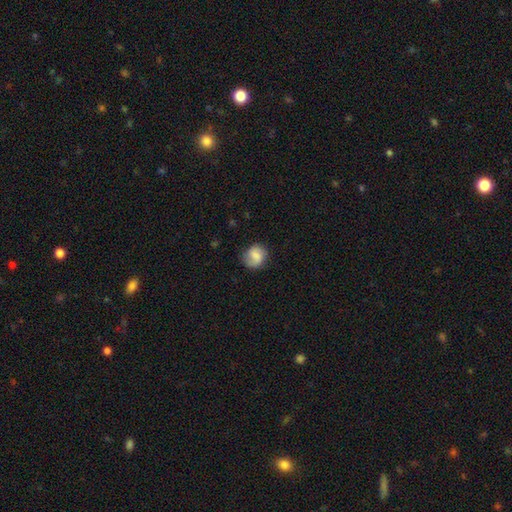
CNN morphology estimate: Q: Smooth or featured?
A: smooth (65%); runner-up: featured or disk (28%)
Q: How rounded?
A: round (75%); runner-up: in between (23%)
Q: Merging?
A: none (74%); runner-up: minor disturbance (18%)